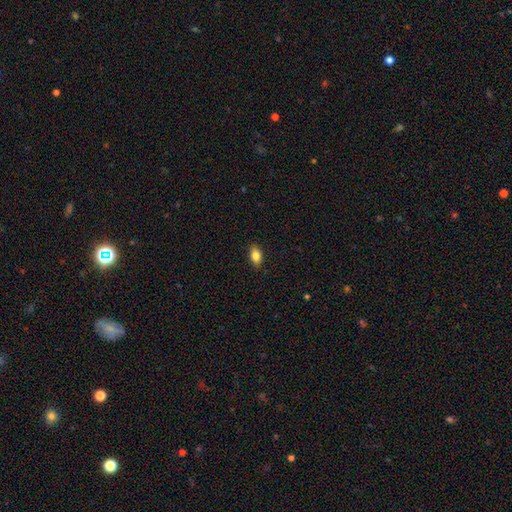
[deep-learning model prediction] A smooth galaxy with no disk features (82%) that is in between round and cigar-shaped (88%).

Vote fractions:
- Smooth or featured? smooth: 82% / featured or disk: 10% / star or artifact: 8%
- How rounded? in between: 88% / round: 8% / cigar-shaped: 4%
- Merging? none: 88% / minor disturbance: 9% / major disturbance: 2% / merger: 1%